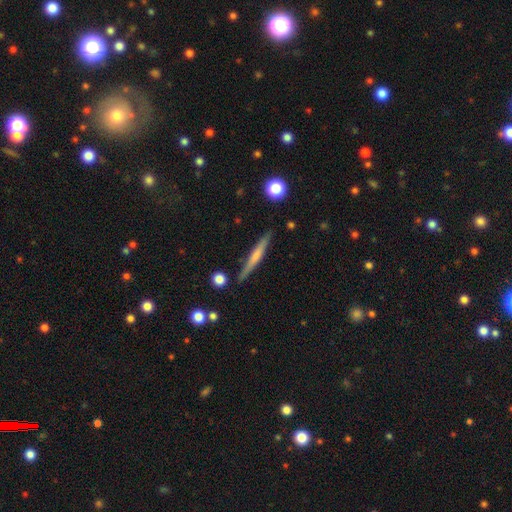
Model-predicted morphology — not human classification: This is possibly a featured or disk galaxy (48%). Merging: clearly none (87%).